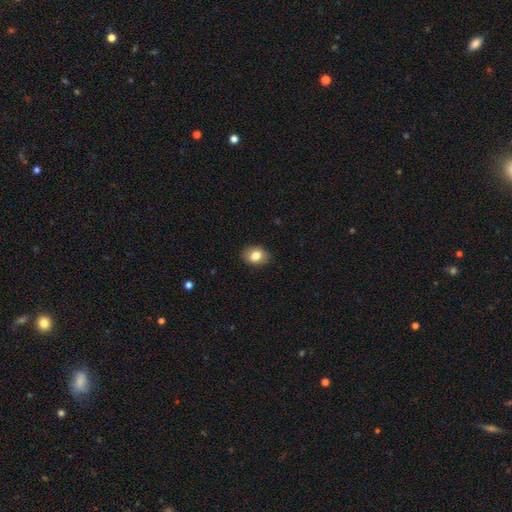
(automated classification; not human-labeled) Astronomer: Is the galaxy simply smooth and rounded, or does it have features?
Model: smooth — 82%.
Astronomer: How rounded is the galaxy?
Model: in between — 65%.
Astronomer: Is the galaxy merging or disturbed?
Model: none — 88%.